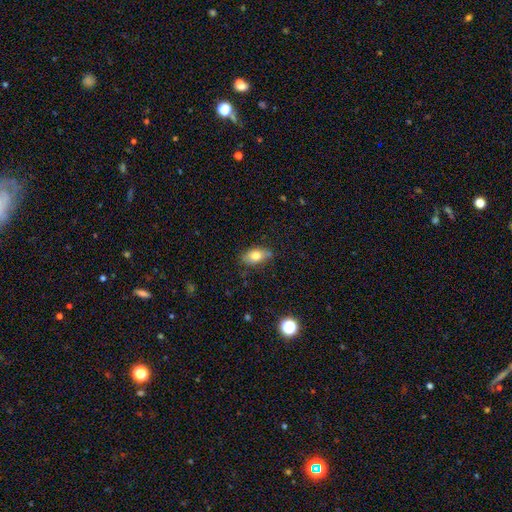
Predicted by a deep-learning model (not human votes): Smooth or featured: smooth — 76% (featured or disk — 16%)
How rounded: in between — 87% (round — 9%)
Merging: none — 77% (minor disturbance — 18%)